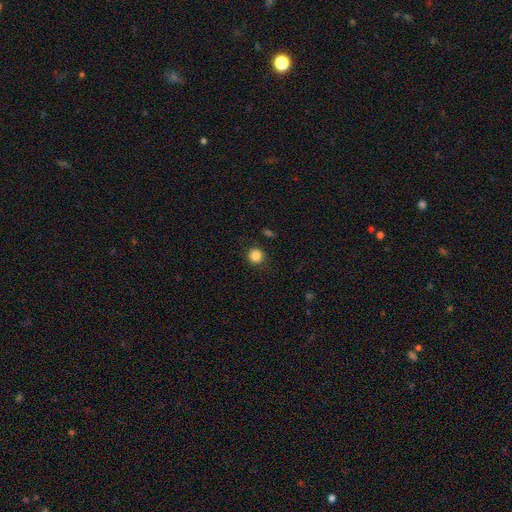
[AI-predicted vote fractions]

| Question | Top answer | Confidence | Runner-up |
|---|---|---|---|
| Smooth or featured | smooth | 86% | star or artifact (11%) |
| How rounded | round | 93% | in between (6%) |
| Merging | none | 89% | minor disturbance (7%) |